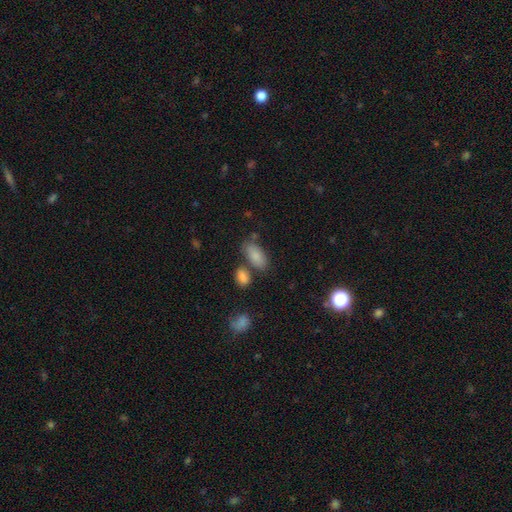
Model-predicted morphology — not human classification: This is clearly a smooth galaxy (85%). How rounded: clearly in between (90%). Merging: likely none (63%).